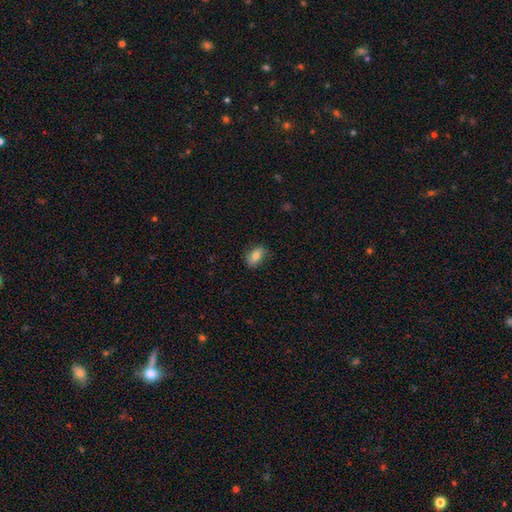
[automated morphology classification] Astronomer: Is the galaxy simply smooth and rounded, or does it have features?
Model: smooth — 73%.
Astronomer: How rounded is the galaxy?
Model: in between — 84%.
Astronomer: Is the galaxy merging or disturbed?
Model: none — 78%.